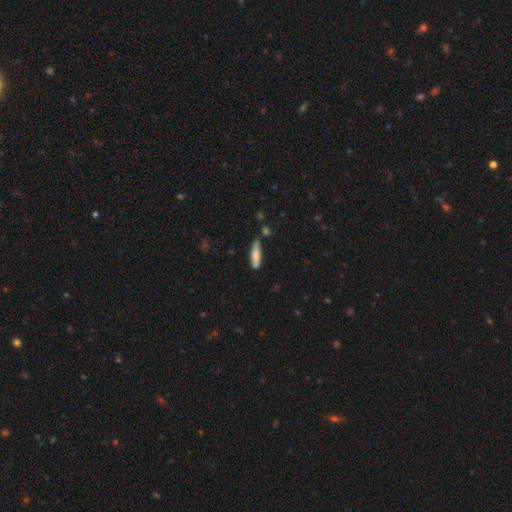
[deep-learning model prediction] This is likely a smooth galaxy (77%). How rounded: likely cigar-shaped (71%). Merging: likely none (61%).